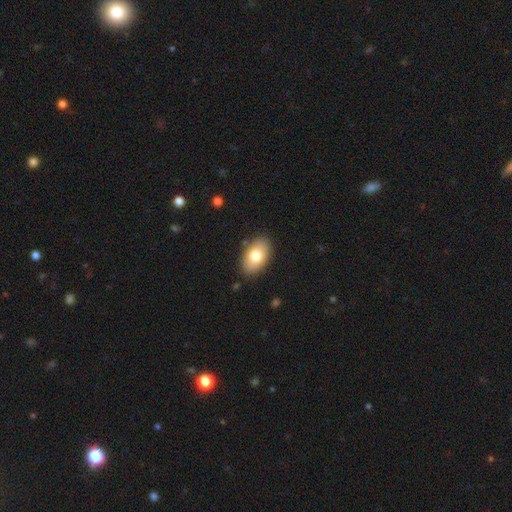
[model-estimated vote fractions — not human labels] smooth_or_featured: smooth (p=0.76) [alt: featured or disk p=0.17]
how_rounded: in between (p=0.93) [alt: round p=0.06]
merging: none (p=0.86) [alt: minor disturbance p=0.10]